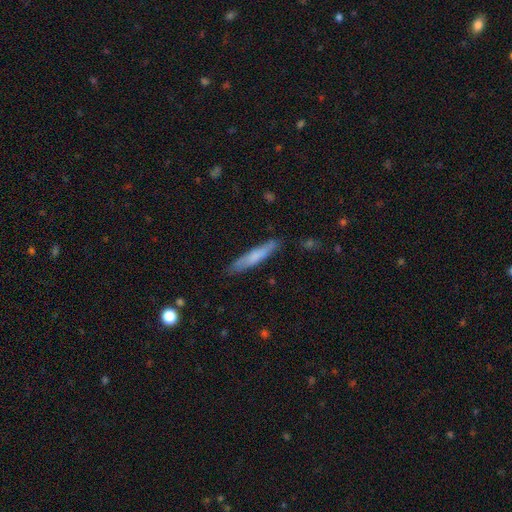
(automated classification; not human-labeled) Smooth or featured: smooth — 68% (featured or disk — 26%)
How rounded: cigar-shaped — 91% (in between — 8%)
Merging: none — 84% (minor disturbance — 12%)